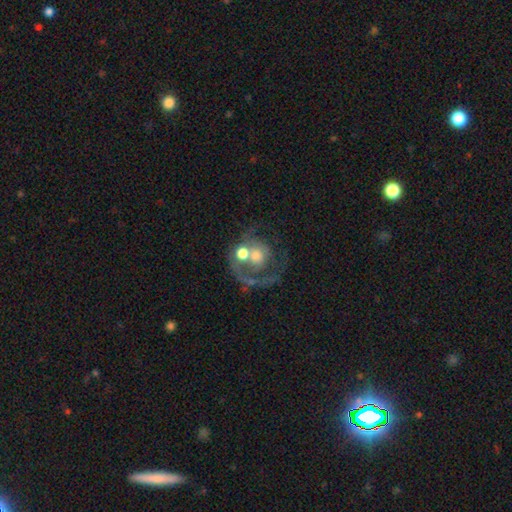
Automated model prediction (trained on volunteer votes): Overall: featured or disk (64%; smooth 26%). Edge-on disk: no (98%). Bar: no (82%). Spiral arms: yes (57%; no 43%). Bulge size: moderate (58%). Merging: none (34%; merger 29%).